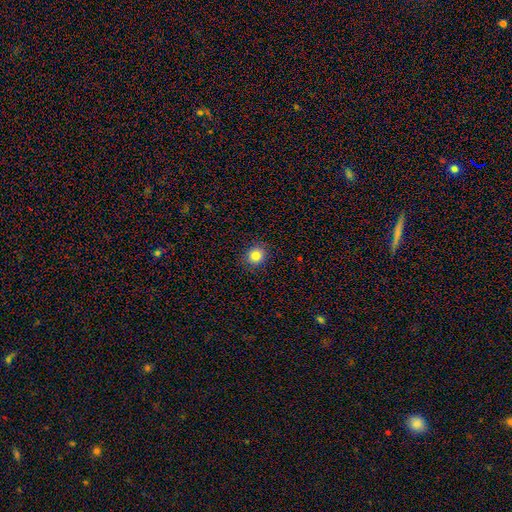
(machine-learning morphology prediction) Q: Smooth or featured?
A: smooth (83%); runner-up: star or artifact (11%)
Q: How rounded?
A: round (78%); runner-up: in between (21%)
Q: Merging?
A: none (89%); runner-up: minor disturbance (7%)